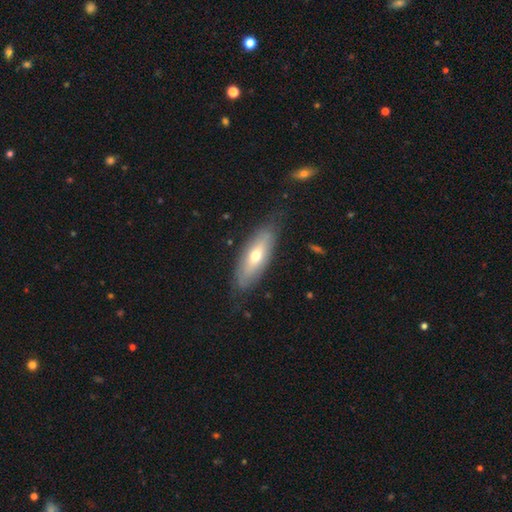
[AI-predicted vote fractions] Smooth or featured? smooth (48%)
Merging? none (78%)